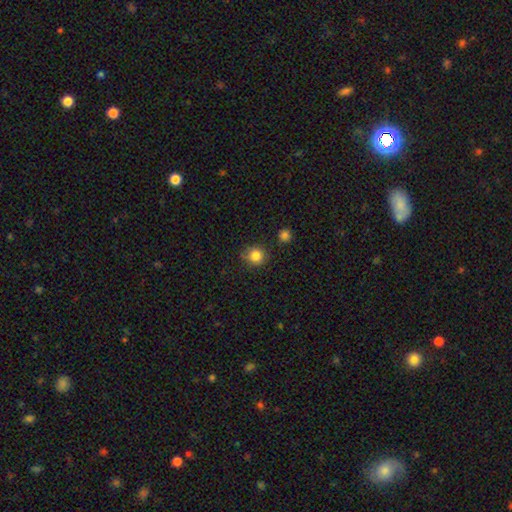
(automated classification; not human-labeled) Smooth or featured? Predicted: smooth (p=0.84). How rounded? Predicted: round (p=0.87). Merging? Predicted: none (p=0.81).